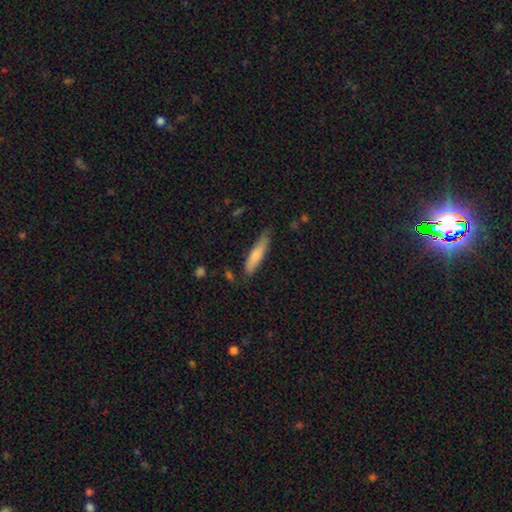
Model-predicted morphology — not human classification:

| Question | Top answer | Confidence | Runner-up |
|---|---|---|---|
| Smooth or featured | smooth | 78% | featured or disk (16%) |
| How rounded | cigar-shaped | 78% | in between (21%) |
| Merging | none | 72% | minor disturbance (22%) |